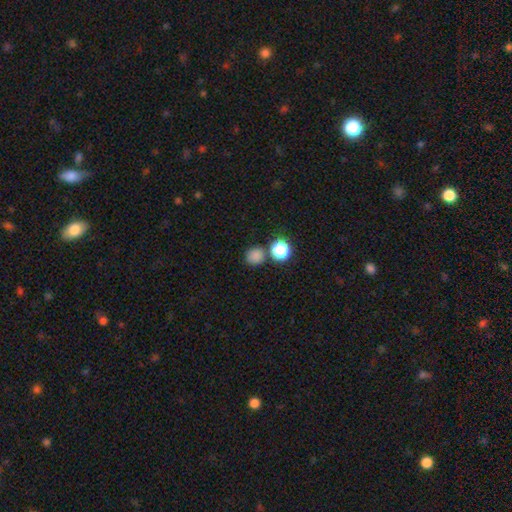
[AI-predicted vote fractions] The model was most divided on "merging": none: 71%, merger: 17%, minor disturbance: 9%, major disturbance: 3%. More confident: how rounded — round (89%); smooth or featured — smooth (81%).